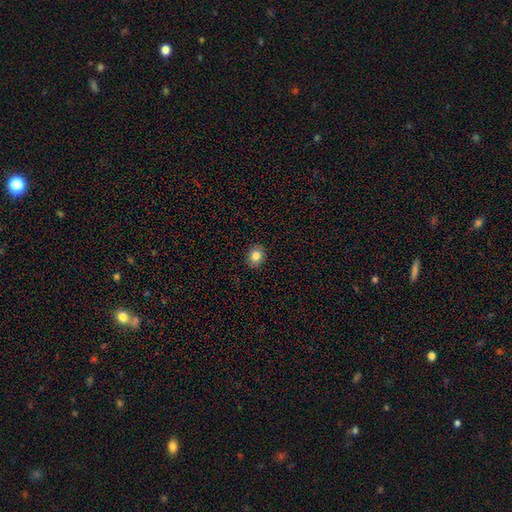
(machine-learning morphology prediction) A smooth galaxy with no disk features (83%) that is round (62%). Merging: none (90%).